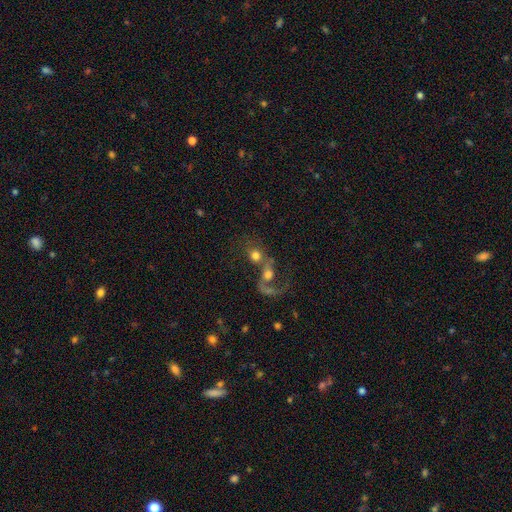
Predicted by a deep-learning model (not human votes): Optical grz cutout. It shows a smooth galaxy with no disk features (56%) that is round (68%). Merging: merger (71%).